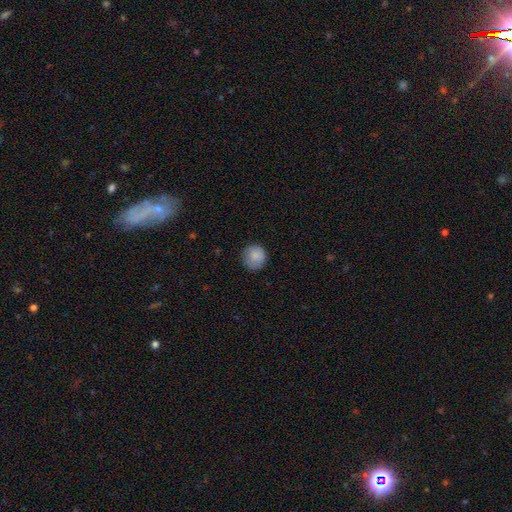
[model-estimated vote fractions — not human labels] smooth 85%, star or artifact 8%, featured or disk 7%. Down the decision tree: how rounded — round (89%); merging — none (81%).